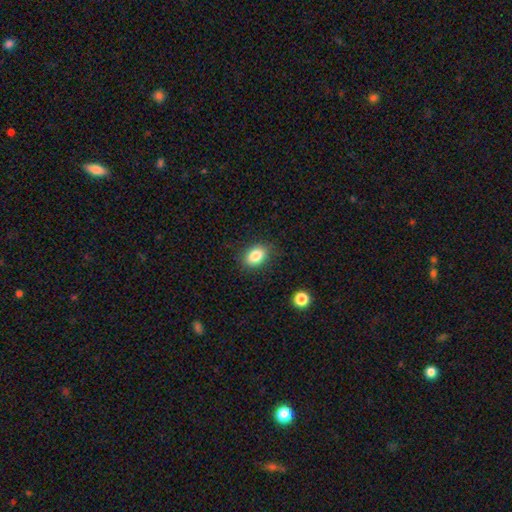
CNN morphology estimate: type=smooth (84%); roundness=in between (78%); merging=none (83%).